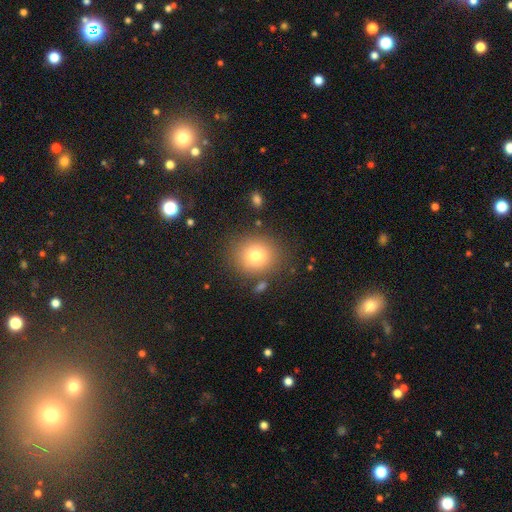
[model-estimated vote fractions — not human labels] The model was most divided on "how rounded": round: 81%, in between: 18%, cigar-shaped: 1%. More confident: merging — none (83%); smooth or featured — smooth (78%).